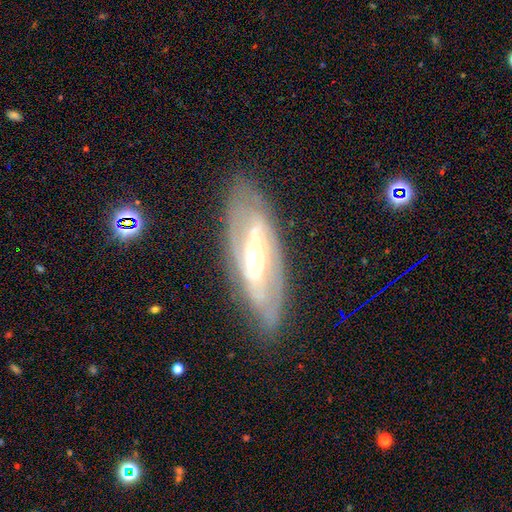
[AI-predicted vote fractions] smooth-or-featured: featured or disk: 80% | smooth: 14% | star or artifact: 6%
  disk-edge-on: no: 84% | yes: 16%
    bar: no: 37% | weak: 35% | strong: 28%
    has-spiral-arms: yes: 75% | no: 25%
      spiral-winding: tight: 55% | medium: 33% | loose: 12%
      spiral-arm-count: 2: 52% | can't tell: 36% | 3: 5% | 1: 3% | 4: 2% | more than 4: 2%
    bulge-size: moderate: 56% | small: 34% | large: 7% | none: 1% | dominant: 1%
  merging: none: 81% | minor disturbance: 13% | major disturbance: 5% | merger: 1%